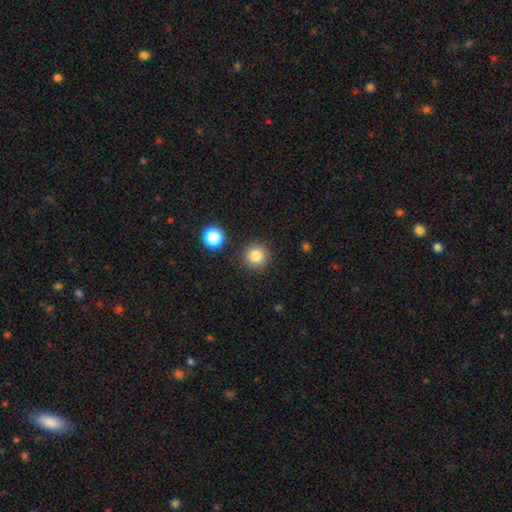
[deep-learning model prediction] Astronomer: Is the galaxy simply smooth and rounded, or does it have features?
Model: smooth — 83%.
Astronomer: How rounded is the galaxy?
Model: round — 94%.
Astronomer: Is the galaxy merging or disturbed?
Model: none — 88%.